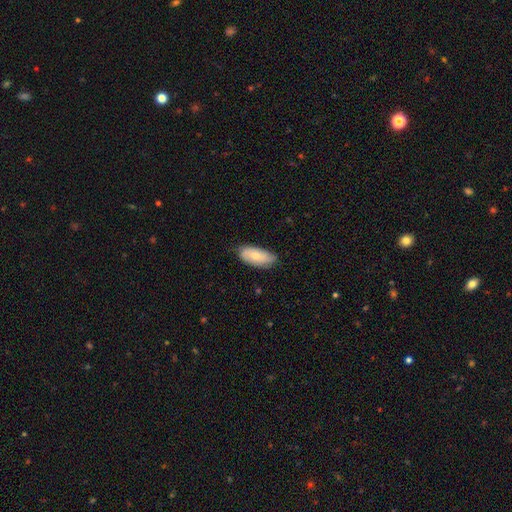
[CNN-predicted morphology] A smooth galaxy with no disk features (66%) that is in between round and cigar-shaped (89%). Merging: none (75%).